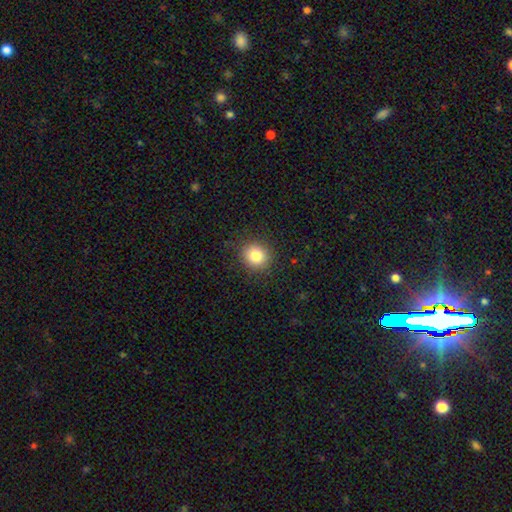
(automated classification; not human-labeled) The model was most divided on "how rounded": round: 85%, in between: 14%, cigar-shaped: 1%. More confident: merging — none (89%); smooth or featured — smooth (82%).